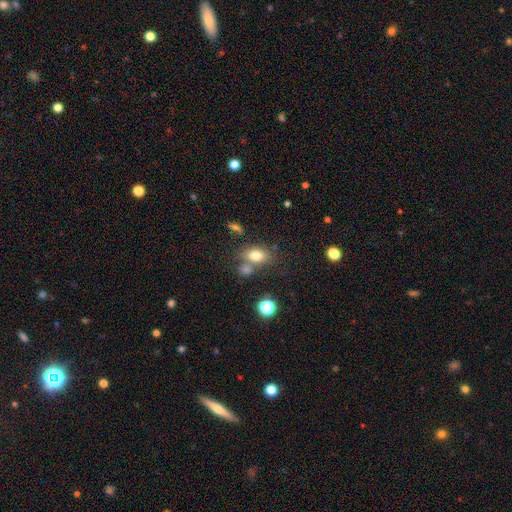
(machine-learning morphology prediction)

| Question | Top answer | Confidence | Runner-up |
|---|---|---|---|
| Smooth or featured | smooth | 76% | featured or disk (13%) |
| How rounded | in between | 78% | round (20%) |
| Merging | none | 58% | merger (23%) |